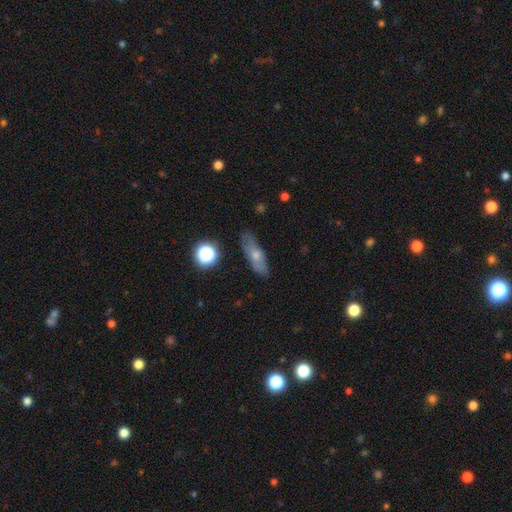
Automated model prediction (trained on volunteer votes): Morphology: type=smooth (57%); roundness=in between (57%); merging=none (78%).